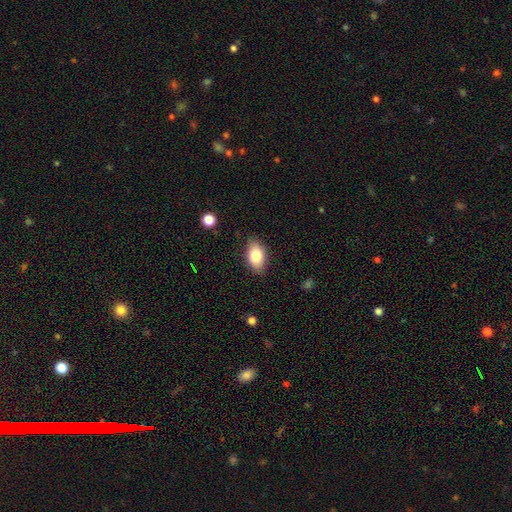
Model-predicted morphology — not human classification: Smooth or featured? Predicted: smooth (p=0.82). How rounded? Predicted: in between (p=0.91). Merging? Predicted: none (p=0.83).